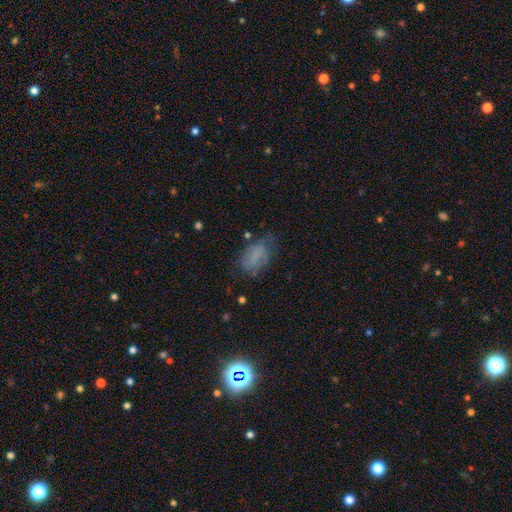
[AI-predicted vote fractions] Smooth or featured?
  - smooth: 60% *
  - featured or disk: 27%
  - star or artifact: 13%
How rounded?
  - in between: 87% *
  - round: 10%
  - cigar-shaped: 3%
Merging?
  - none: 49% *
  - minor disturbance: 30%
  - major disturbance: 18%
  - merger: 3%